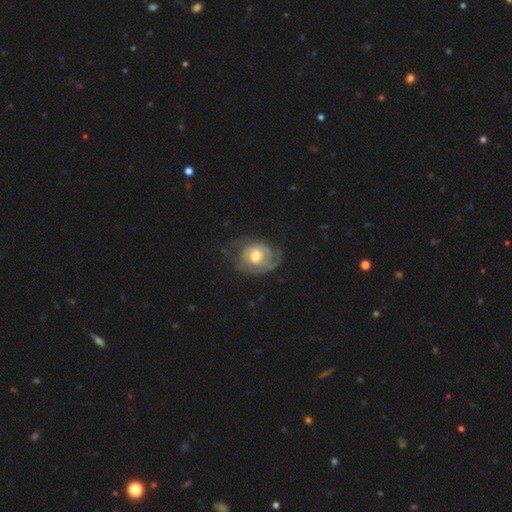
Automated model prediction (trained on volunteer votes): Smooth or featured?
  - featured or disk: 78% *
  - smooth: 17%
  - star or artifact: 5%
Edge-on disk?
  - no: 97% *
  - yes: 3%
Bar?
  - no: 69% *
  - weak: 26%
  - strong: 5%
Spiral arms?
  - yes: 89% *
  - no: 11%
Spiral winding?
  - tight: 64% *
  - medium: 27%
  - loose: 9%
Spiral arm count?
  - can't tell: 35% *
  - 2: 34%
  - 3: 12%
  - 1: 12%
  - 4: 4%
  - more than 4: 4%
Bulge size?
  - moderate: 64% *
  - large: 20%
  - small: 13%
  - none: 2%
  - dominant: 1%
Merging?
  - none: 61% *
  - minor disturbance: 22%
  - major disturbance: 15%
  - merger: 1%